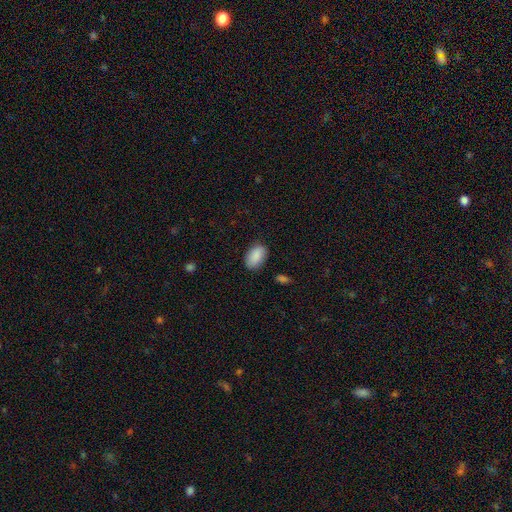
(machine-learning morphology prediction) This is clearly a smooth galaxy (89%). How rounded: clearly in between (93%). Merging: clearly none (85%).